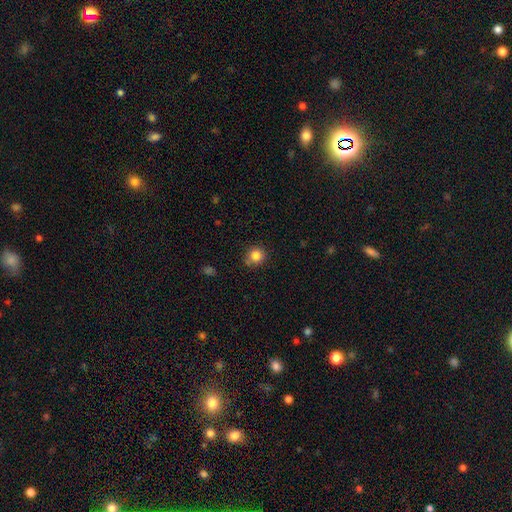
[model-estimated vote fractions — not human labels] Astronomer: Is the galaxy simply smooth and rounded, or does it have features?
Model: smooth — 84%.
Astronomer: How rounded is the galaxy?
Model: round — 90%.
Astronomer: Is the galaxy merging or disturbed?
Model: none — 80%.